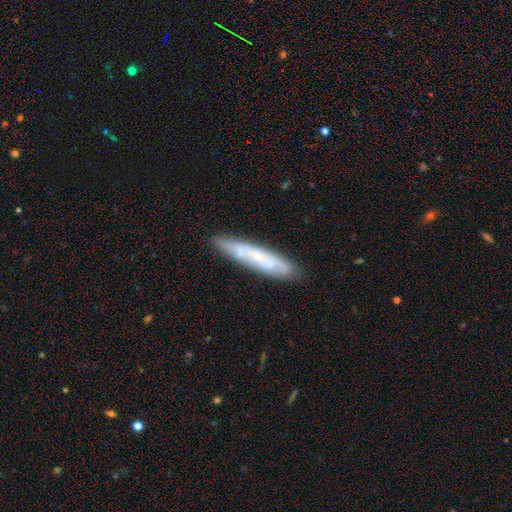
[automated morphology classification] Smooth or featured? featured or disk (56%)
Edge-on disk? yes (54%)
Merging? none (78%)